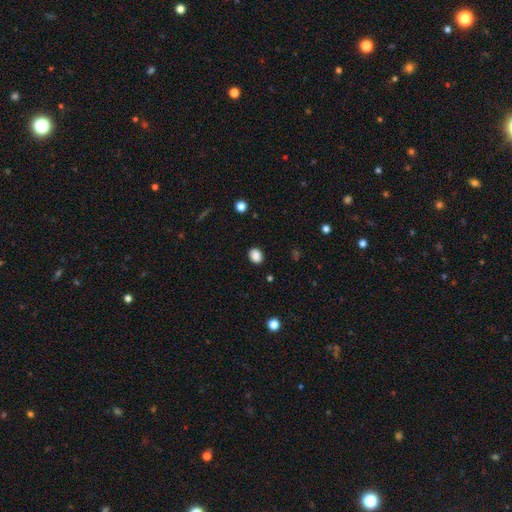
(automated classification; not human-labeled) A smooth galaxy with no disk features (86%) that is in between round and cigar-shaped (50%). Merging: none (88%).